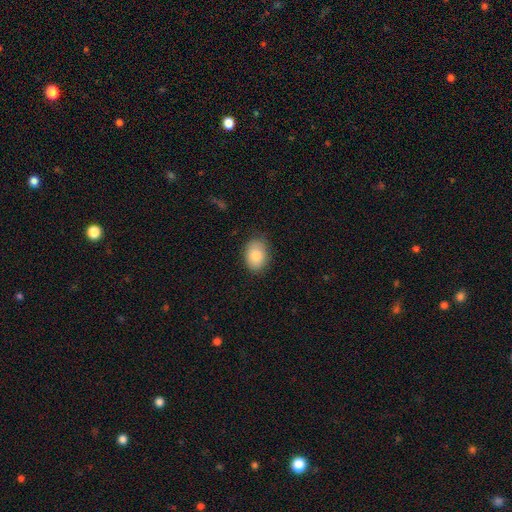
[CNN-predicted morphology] This appears to be a smooth galaxy with no disk features (83%) that is in between round and cigar-shaped (71%). Merging: none (83%).